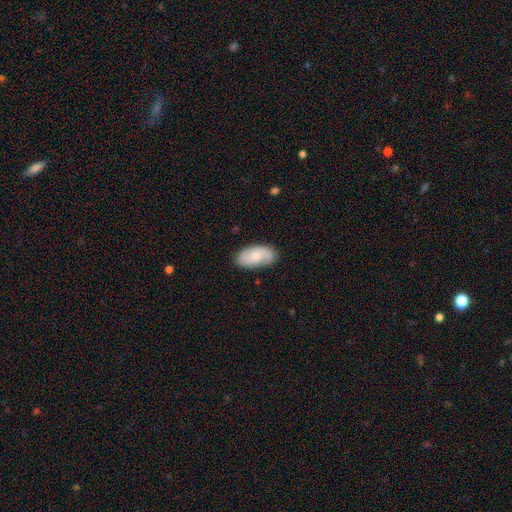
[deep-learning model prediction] This is possibly a smooth galaxy (55%). How rounded: clearly in between (94%). Merging: likely none (76%).